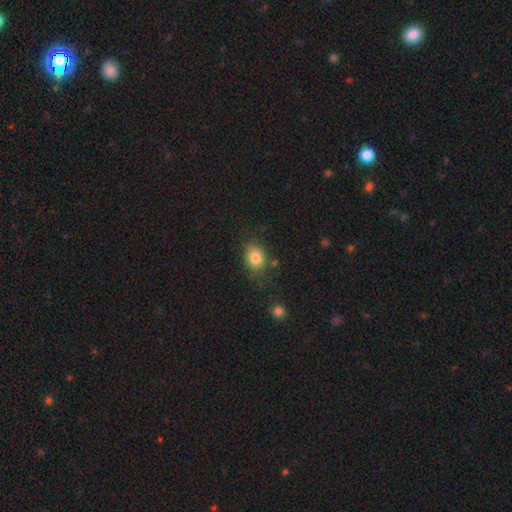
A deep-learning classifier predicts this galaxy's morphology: smooth_or_featured: smooth (p=0.83) [alt: star or artifact p=0.10]
how_rounded: in between (p=0.61) [alt: round p=0.38]
merging: none (p=0.78) [alt: minor disturbance p=0.14]